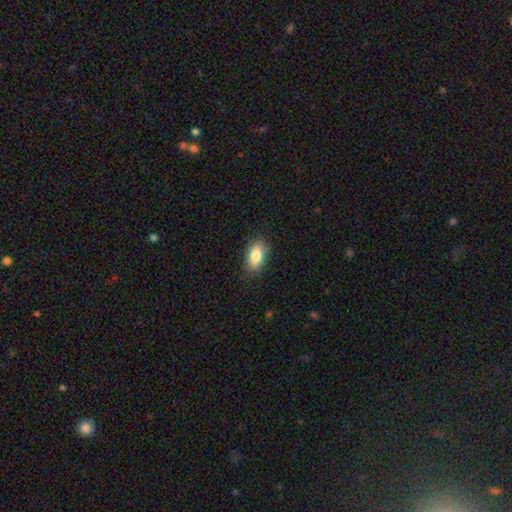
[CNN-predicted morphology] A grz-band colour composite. It shows a smooth galaxy with no disk features (83%) that is in between round and cigar-shaped (91%). Merging: none (84%).